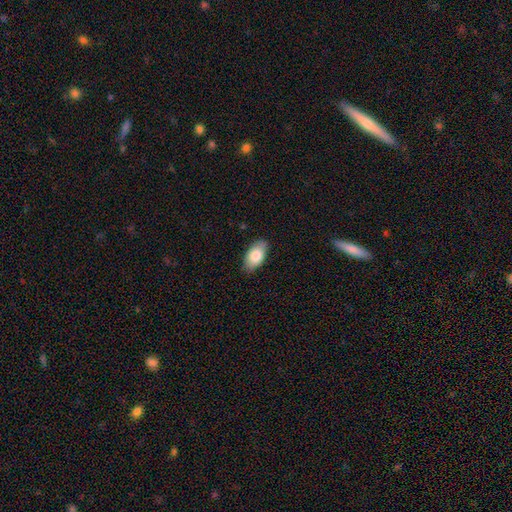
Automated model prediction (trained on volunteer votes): A smooth galaxy with no disk features (83%) that is in between round and cigar-shaped (94%).

Vote fractions:
- Smooth or featured? smooth: 83% / featured or disk: 11% / star or artifact: 6%
- How rounded? in between: 94% / round: 4% / cigar-shaped: 3%
- Merging? none: 84% / minor disturbance: 12% / major disturbance: 2% / merger: 1%